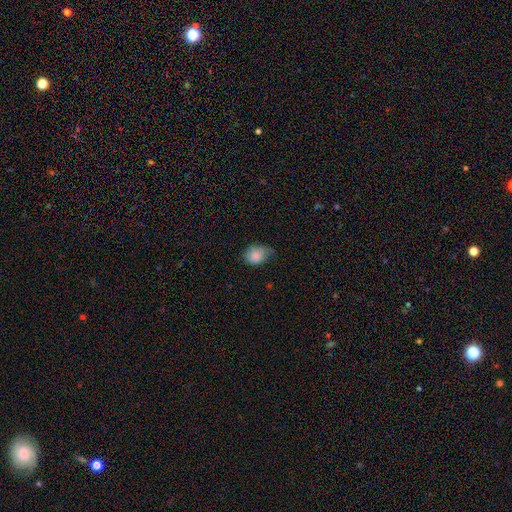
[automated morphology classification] smooth_or_featured: smooth (p=0.81) [alt: featured or disk p=0.11]
how_rounded: in between (p=0.63) [alt: round p=0.36]
merging: minor disturbance (p=0.43) [alt: none p=0.41]